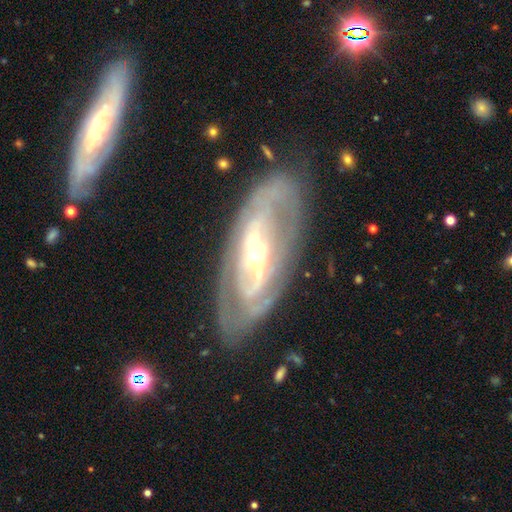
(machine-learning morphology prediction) type=featured or disk (82%); edge-on=no (88%); bar=no (40%); spiral arms=yes (78%); winding=tight (56%); arm count=2 (46%); bulge=small (58%); merging=none (74%).